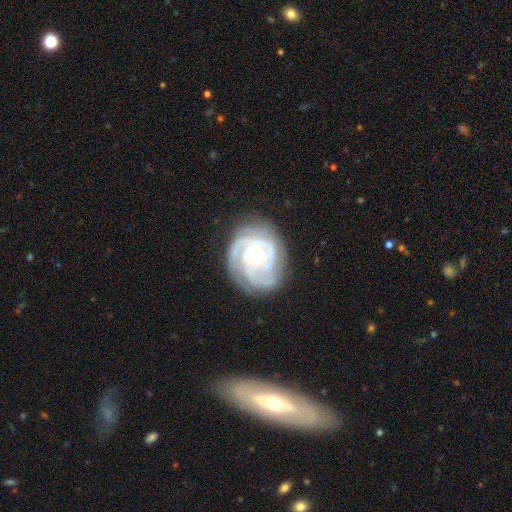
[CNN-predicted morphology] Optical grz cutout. It shows a featured or disk galaxy (89%) with no bar (63%), 3 (40%) tight (70%) spiral arms (97%) and a moderate central bulge (60%). Merging: none (74%).